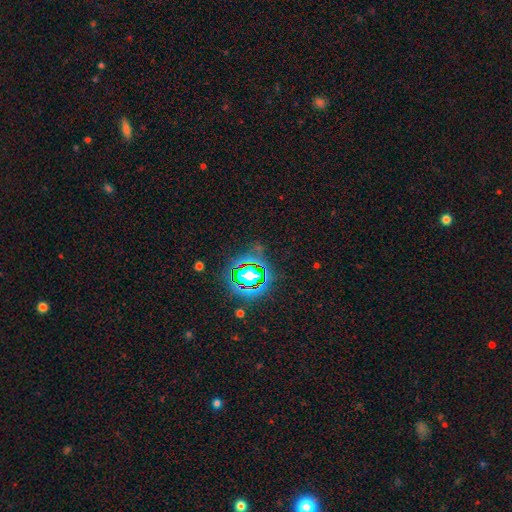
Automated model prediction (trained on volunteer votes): This appears to be a star or artifact, not a galaxy (82%).